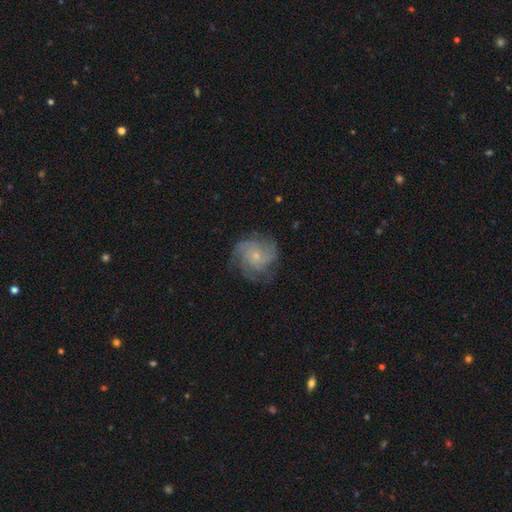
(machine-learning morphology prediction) smooth-or-featured: featured or disk: 81% | smooth: 12% | star or artifact: 7%
  disk-edge-on: no: 98% | yes: 2%
    bar: no: 79% | weak: 18% | strong: 3%
    has-spiral-arms: yes: 96% | no: 4%
      spiral-winding: tight: 50% | medium: 39% | loose: 11%
      spiral-arm-count: 3: 30% | 4: 27% | can't tell: 20% | 2: 10% | more than 4: 7% | 1: 6%
    bulge-size: small: 78% | moderate: 16% | none: 4% | large: 1% | dominant: 1%
  merging: none: 74% | minor disturbance: 17% | major disturbance: 8% | merger: 1%